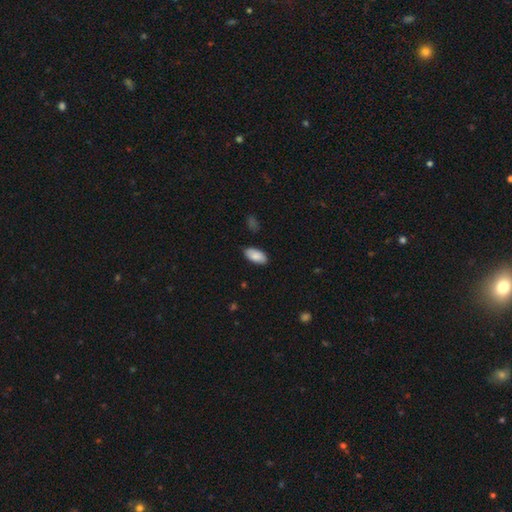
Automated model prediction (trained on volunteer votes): A smooth galaxy with no disk features (86%) that is in between round and cigar-shaped (94%). Merging: none (83%).